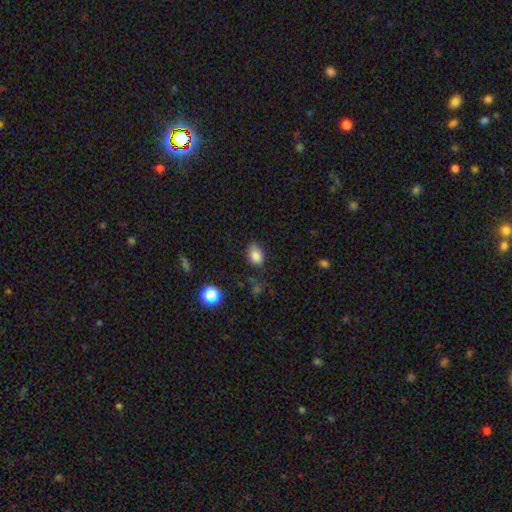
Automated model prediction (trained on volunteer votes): Morphology: type=smooth (83%); roundness=in between (78%); merging=none (66%).